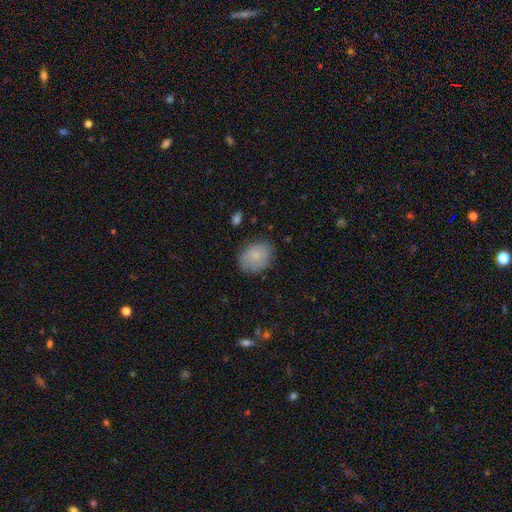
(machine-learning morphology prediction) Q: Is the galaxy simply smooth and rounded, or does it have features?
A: smooth — 81%.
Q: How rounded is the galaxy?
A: in between — 63%.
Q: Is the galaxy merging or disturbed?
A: none — 79%.